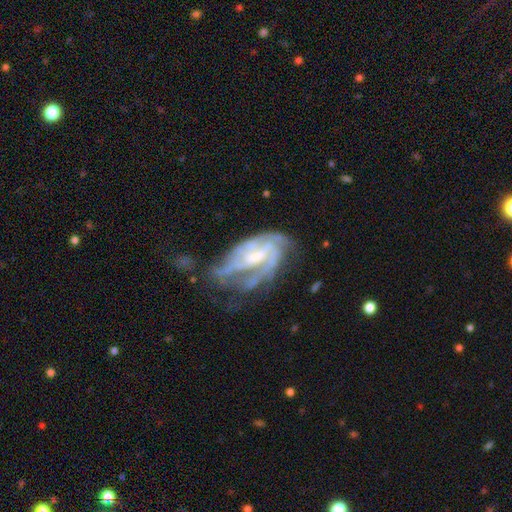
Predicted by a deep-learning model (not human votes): featured or disk 83%, smooth 10%, star or artifact 7%. Down the decision tree: edge-on disk — no (96%); bar — weak (46%); spiral arms — yes (90%); spiral arm count — 3 (30%); spiral winding — tight (46%); bulge size — small (42%); merging — none (36%).